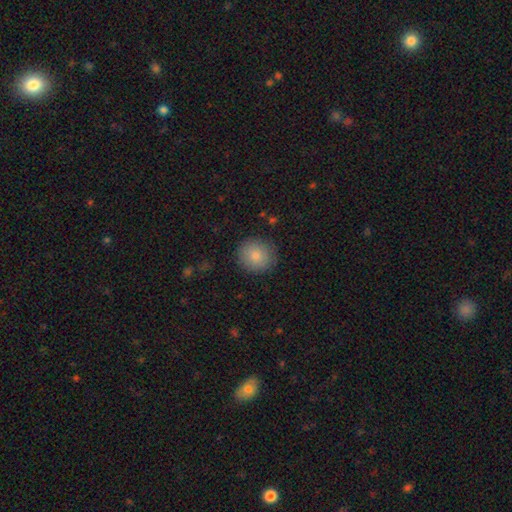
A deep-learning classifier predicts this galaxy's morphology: Q: Smooth or featured?
A: smooth (85%); runner-up: star or artifact (8%)
Q: How rounded?
A: round (89%); runner-up: in between (10%)
Q: Merging?
A: none (87%); runner-up: minor disturbance (9%)